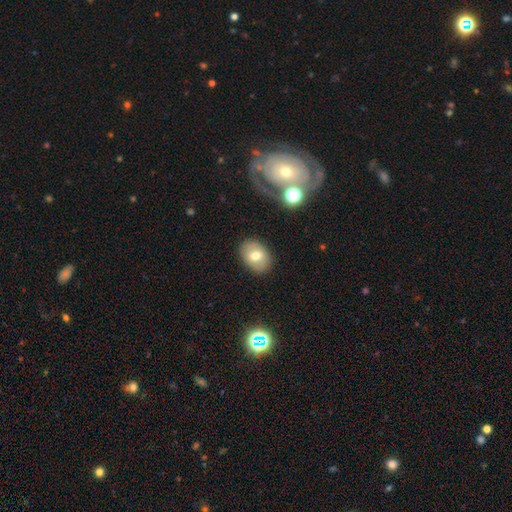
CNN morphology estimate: A smooth galaxy with no disk features (69%) that is in between round and cigar-shaped (73%).

Vote fractions:
- Smooth or featured? smooth: 69% / featured or disk: 22% / star or artifact: 9%
- How rounded? in between: 73% / round: 26% / cigar-shaped: 1%
- Merging? none: 86% / minor disturbance: 10% / major disturbance: 3% / merger: 1%